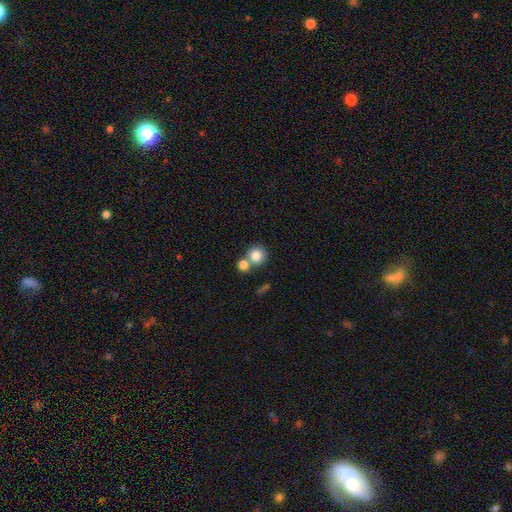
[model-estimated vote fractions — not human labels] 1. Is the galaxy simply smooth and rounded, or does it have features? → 82% smooth, 9% featured or disk, 9% star or artifact.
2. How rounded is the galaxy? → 87% round, 12% in between, 1% cigar-shaped.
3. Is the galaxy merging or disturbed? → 47% none, 42% merger, 8% minor disturbance, 3% major disturbance.